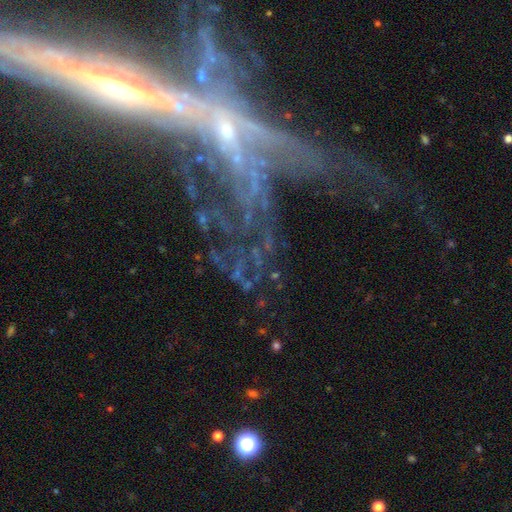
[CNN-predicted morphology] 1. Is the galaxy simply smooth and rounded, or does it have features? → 64% featured or disk, 25% star or artifact, 10% smooth.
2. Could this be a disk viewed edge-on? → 78% no, 22% yes.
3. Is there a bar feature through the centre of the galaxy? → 60% no, 22% weak, 18% strong.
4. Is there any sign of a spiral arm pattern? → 54% yes, 46% no.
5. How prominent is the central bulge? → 58% small, 20% moderate, 16% none, 3% large, 3% dominant.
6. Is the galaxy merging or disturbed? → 34% none, 32% major disturbance, 21% merger, 13% minor disturbance.